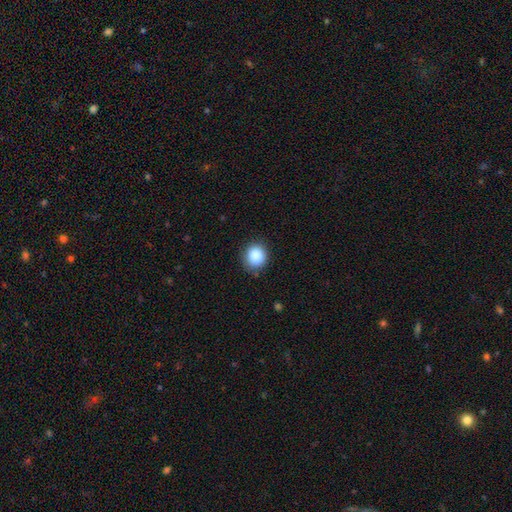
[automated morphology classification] smooth 87%, star or artifact 9%, featured or disk 4%. Down the decision tree: how rounded — round (85%); merging — none (85%).